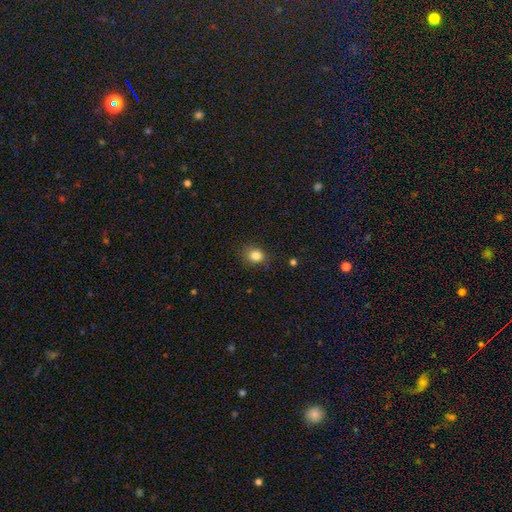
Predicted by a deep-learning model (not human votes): This appears to be a smooth galaxy with no disk features (84%) that is round (69%). Merging: none (80%).